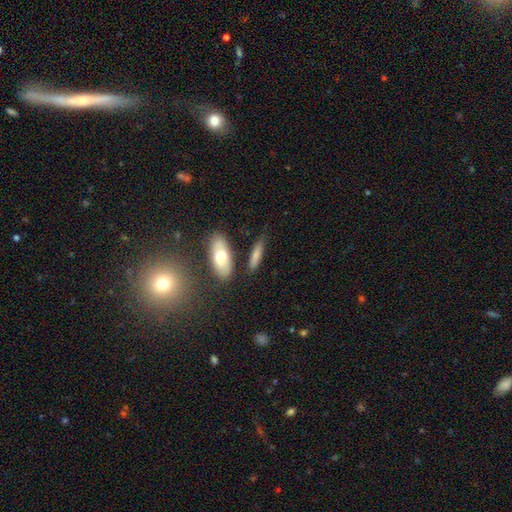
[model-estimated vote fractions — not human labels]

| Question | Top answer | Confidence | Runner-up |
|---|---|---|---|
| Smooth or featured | smooth | 75% | featured or disk (18%) |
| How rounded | cigar-shaped | 63% | in between (34%) |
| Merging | none | 70% | minor disturbance (17%) |